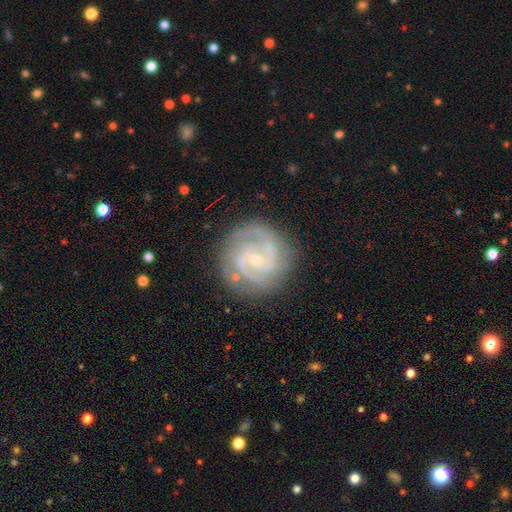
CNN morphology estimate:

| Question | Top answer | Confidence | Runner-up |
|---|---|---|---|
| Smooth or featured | featured or disk | 84% | smooth (9%) |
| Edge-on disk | no | 98% | yes (2%) |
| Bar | no | 48% | weak (41%) |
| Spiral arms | yes | 97% | no (3%) |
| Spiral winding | tight | 56% | medium (36%) |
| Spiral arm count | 2 | 62% | 3 (13%) |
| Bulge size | small | 78% | moderate (16%) |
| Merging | none | 82% | minor disturbance (12%) |